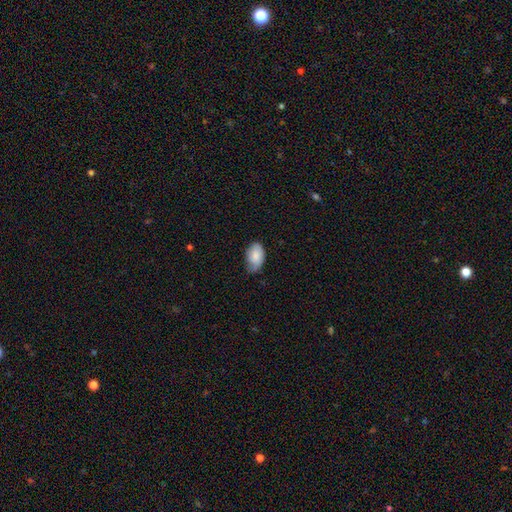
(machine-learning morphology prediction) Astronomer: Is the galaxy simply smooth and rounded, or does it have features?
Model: smooth — 80%.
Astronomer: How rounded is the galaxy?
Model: in between — 91%.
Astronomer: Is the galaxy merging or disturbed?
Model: none — 51% (runner-up: minor disturbance, 39%).